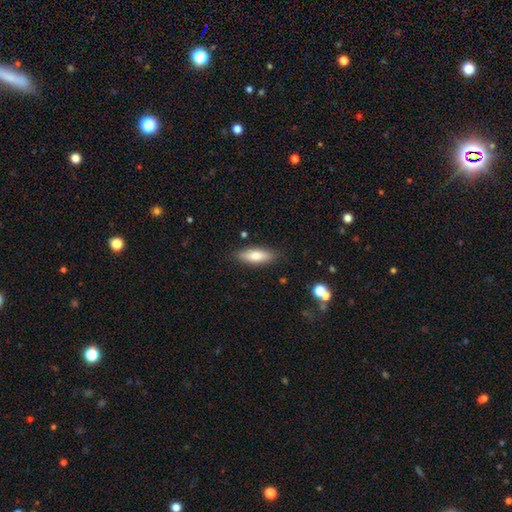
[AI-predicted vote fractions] A smooth galaxy with no disk features (74%) that is in between round and cigar-shaped (61%). Merging: none (85%).